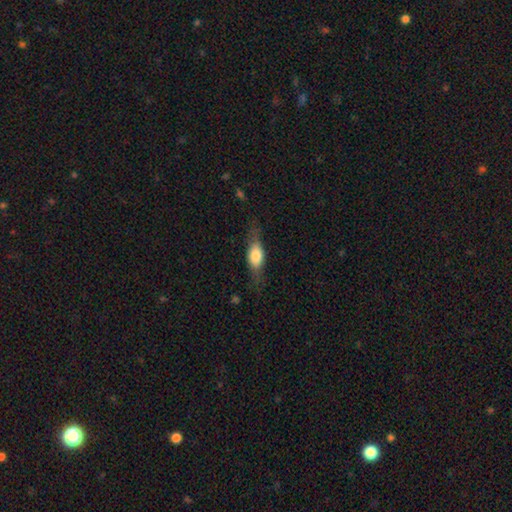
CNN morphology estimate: type=smooth (60%); roundness=in between (70%); merging=none (68%).